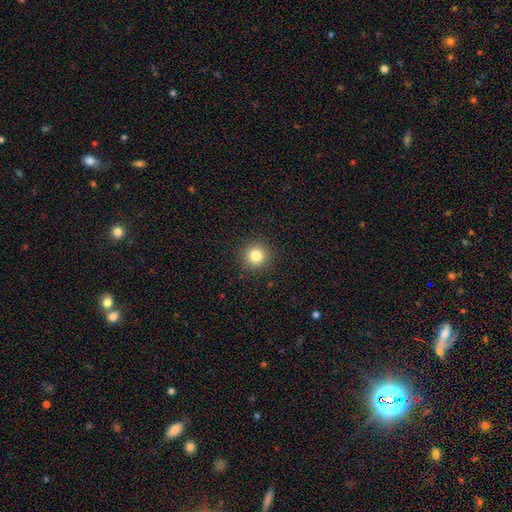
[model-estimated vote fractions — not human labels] smooth 81%, star or artifact 12%, featured or disk 6%. Down the decision tree: how rounded — round (95%); merging — none (92%).